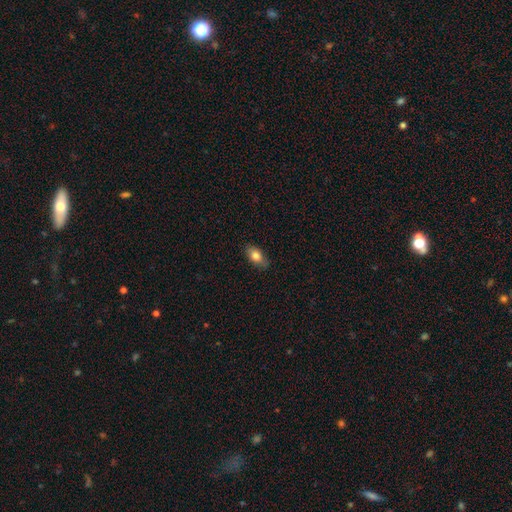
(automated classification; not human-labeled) Smooth or featured: smooth — 81% (featured or disk — 12%)
How rounded: in between — 89% (round — 7%)
Merging: none — 83% (minor disturbance — 14%)